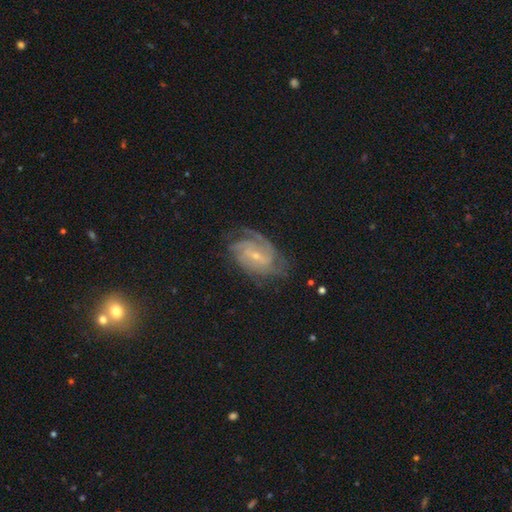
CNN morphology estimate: Q: Smooth or featured?
A: featured or disk (84%); runner-up: smooth (9%)
Q: Edge-on disk?
A: no (97%); runner-up: yes (3%)
Q: Bar?
A: weak (48%); runner-up: no (36%)
Q: Spiral arms?
A: yes (96%); runner-up: no (4%)
Q: Spiral winding?
A: tight (56%); runner-up: medium (35%)
Q: Spiral arm count?
A: can't tell (27%); runner-up: 2 (25%)
Q: Bulge size?
A: small (73%); runner-up: moderate (23%)
Q: Merging?
A: none (70%); runner-up: minor disturbance (19%)